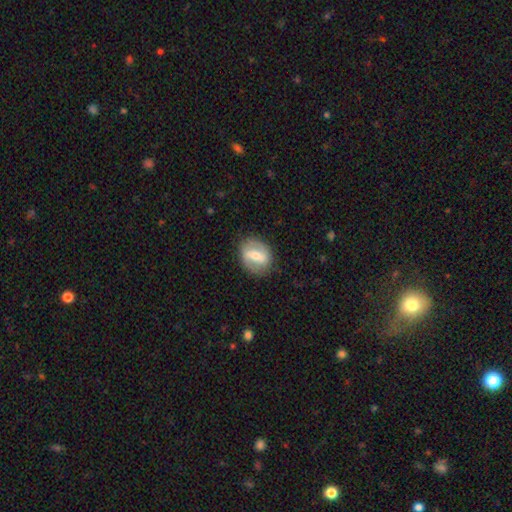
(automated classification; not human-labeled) Smooth or featured?
  - featured or disk: 63% *
  - smooth: 31%
  - star or artifact: 6%
Edge-on disk?
  - no: 94% *
  - yes: 6%
Bar?
  - strong: 56% *
  - weak: 33%
  - no: 11%
Spiral arms?
  - yes: 59% *
  - no: 41%
Bulge size?
  - moderate: 54% *
  - small: 39%
  - large: 4%
  - none: 2%
  - dominant: 1%
Merging?
  - none: 83% *
  - minor disturbance: 12%
  - major disturbance: 4%
  - merger: 1%